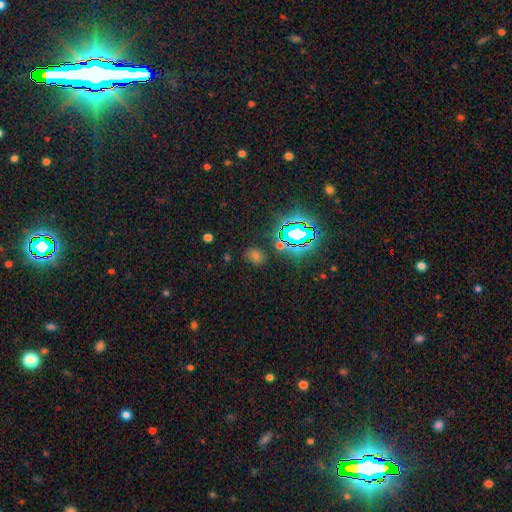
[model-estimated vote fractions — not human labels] A star or artifact, not a galaxy (48%).

Vote fractions:
- Smooth or featured? star or artifact: 48% / smooth: 45% / featured or disk: 7%